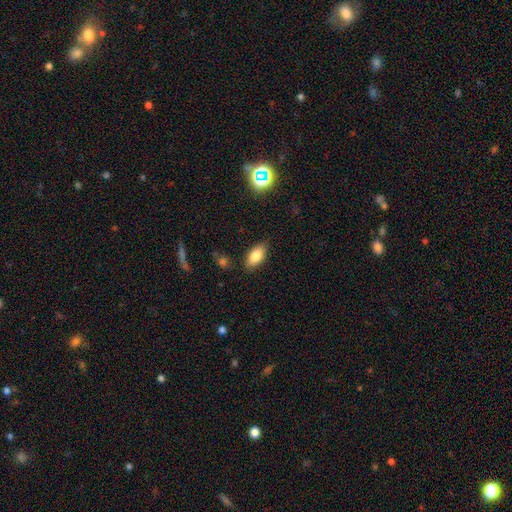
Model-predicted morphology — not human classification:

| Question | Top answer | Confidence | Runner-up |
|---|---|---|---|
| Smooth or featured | smooth | 81% | featured or disk (11%) |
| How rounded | in between | 89% | cigar-shaped (8%) |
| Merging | none | 85% | minor disturbance (11%) |